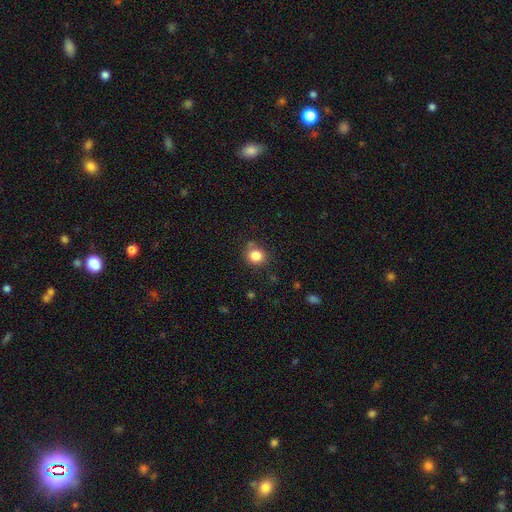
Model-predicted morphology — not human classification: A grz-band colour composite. It shows a smooth galaxy with no disk features (83%) that is round (83%). Merging: none (74%).